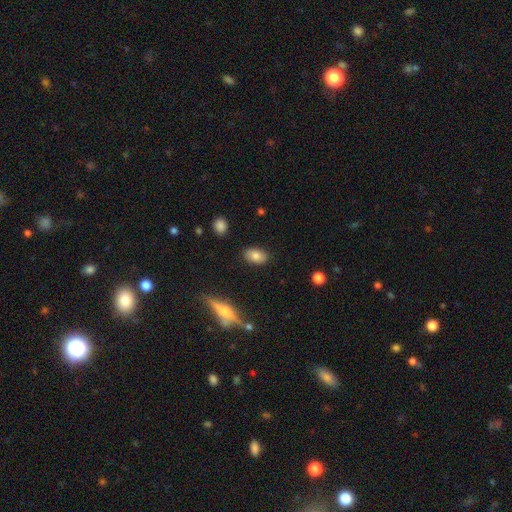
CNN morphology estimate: Smooth or featured? smooth (79%)
How rounded? in between (89%)
Merging? none (87%)